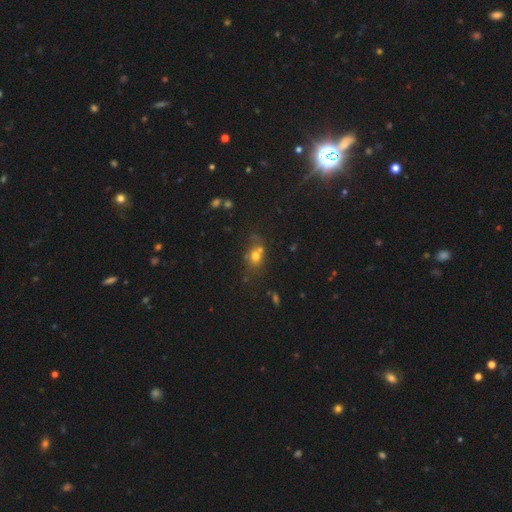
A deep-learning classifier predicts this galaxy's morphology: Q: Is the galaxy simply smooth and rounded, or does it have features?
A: smooth — 67%.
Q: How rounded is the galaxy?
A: round — 56%.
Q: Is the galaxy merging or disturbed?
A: none — 52%.